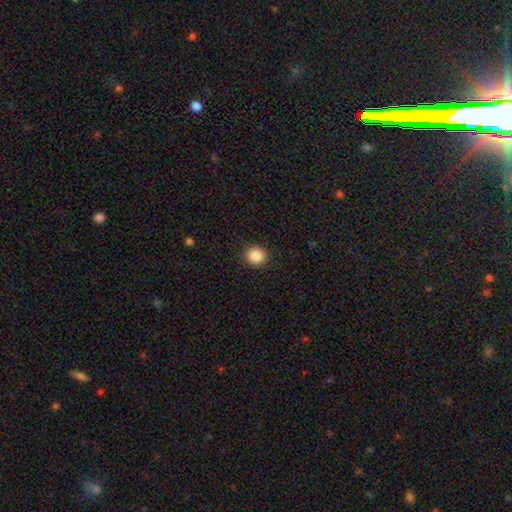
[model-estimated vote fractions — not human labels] smooth_or_featured: smooth (p=0.87) [alt: star or artifact p=0.09]
how_rounded: round (p=0.87) [alt: in between p=0.12]
merging: none (p=0.91) [alt: minor disturbance p=0.06]